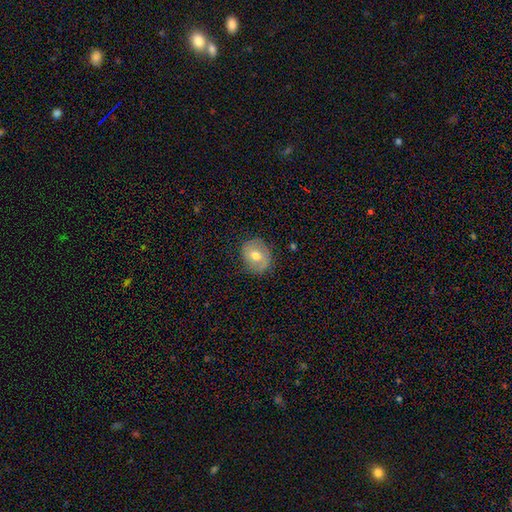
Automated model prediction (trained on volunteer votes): smooth_or_featured: smooth (p=0.61) [alt: featured or disk p=0.30]
how_rounded: round (p=0.65) [alt: in between p=0.34]
merging: none (p=0.80) [alt: minor disturbance p=0.15]